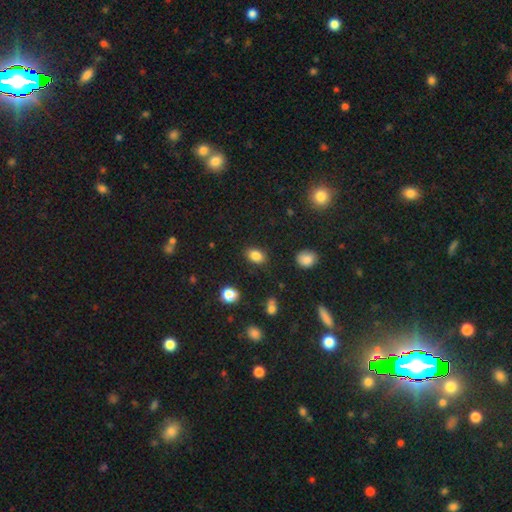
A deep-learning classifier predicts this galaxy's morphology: A smooth galaxy with no disk features (84%) that is in between round and cigar-shaped (81%).

Vote fractions:
- Smooth or featured? smooth: 84% / star or artifact: 10% / featured or disk: 6%
- How rounded? in between: 81% / round: 18% / cigar-shaped: 1%
- Merging? none: 85% / minor disturbance: 10% / major disturbance: 3% / merger: 2%